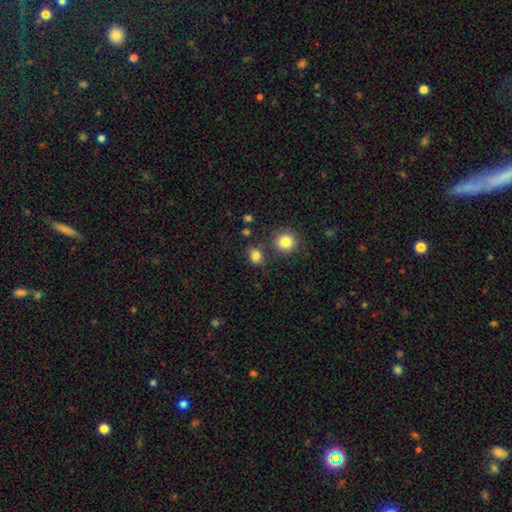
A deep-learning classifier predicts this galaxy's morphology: Smooth or featured? smooth (82%)
How rounded? in between (53%)
Merging? none (71%)